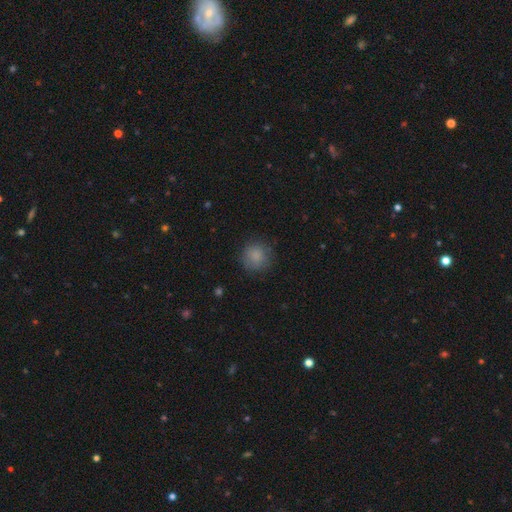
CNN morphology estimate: A smooth galaxy with no disk features (85%) that is round (92%).

Vote fractions:
- Smooth or featured? smooth: 85% / star or artifact: 9% / featured or disk: 6%
- How rounded? round: 92% / in between: 7% / cigar-shaped: 1%
- Merging? none: 82% / minor disturbance: 13% / major disturbance: 4% / merger: 1%